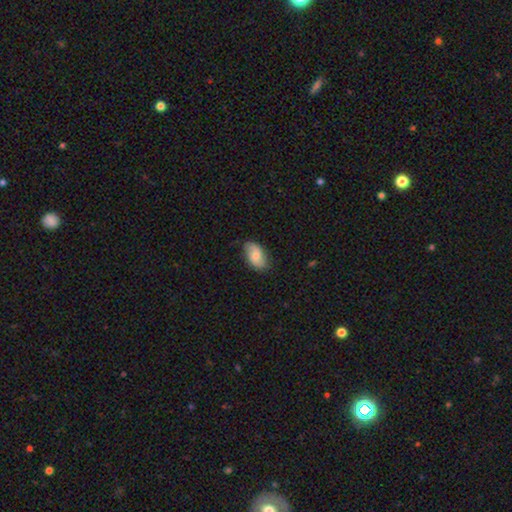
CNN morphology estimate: type=smooth (64%); roundness=in between (93%); merging=none (77%).